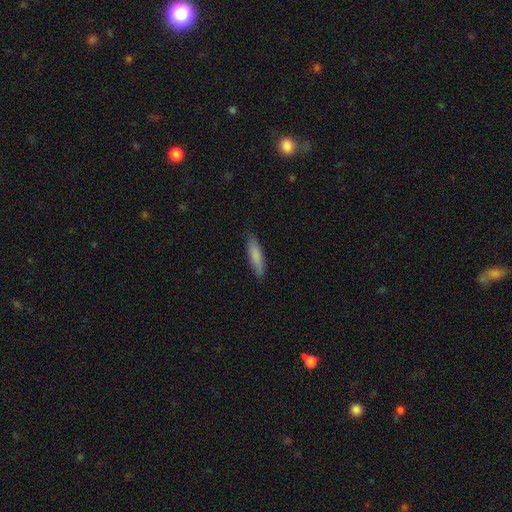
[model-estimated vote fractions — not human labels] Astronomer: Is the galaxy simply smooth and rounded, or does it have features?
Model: smooth — 83%.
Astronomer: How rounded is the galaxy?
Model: cigar-shaped — 68%.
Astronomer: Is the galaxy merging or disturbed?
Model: none — 84%.